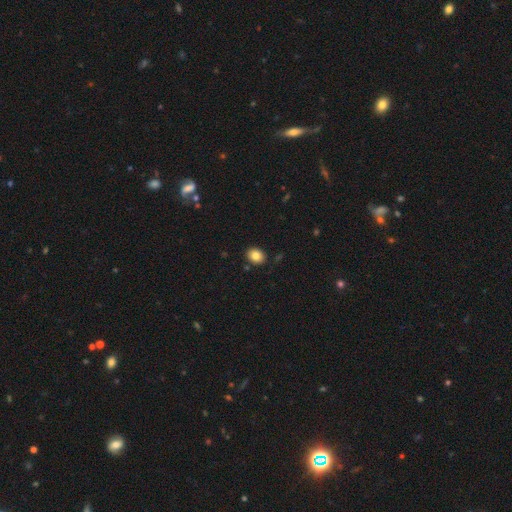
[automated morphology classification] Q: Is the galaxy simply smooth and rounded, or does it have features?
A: smooth — 83%.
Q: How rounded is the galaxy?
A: in between — 50%.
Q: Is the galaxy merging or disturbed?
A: none — 88%.